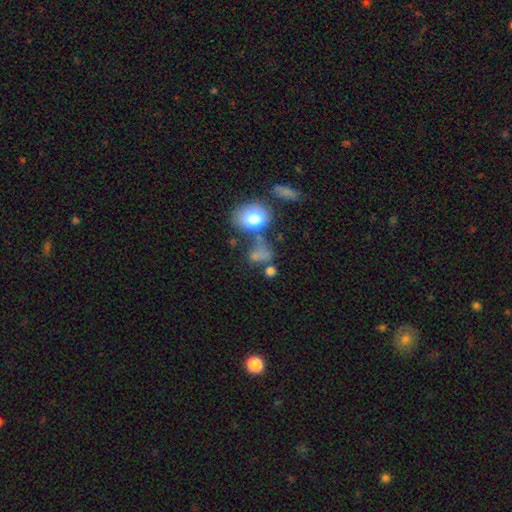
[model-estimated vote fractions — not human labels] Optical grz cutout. It shows a smooth galaxy with no disk features (67%) that is in between round and cigar-shaped (51%). Merging: none (42%).